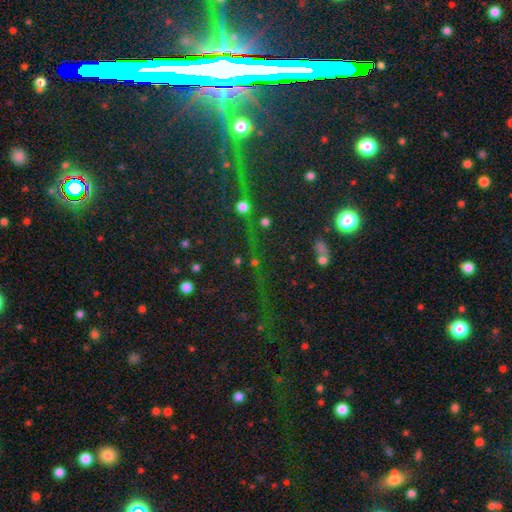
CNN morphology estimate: star or artifact 80%, featured or disk 11%, smooth 10%.